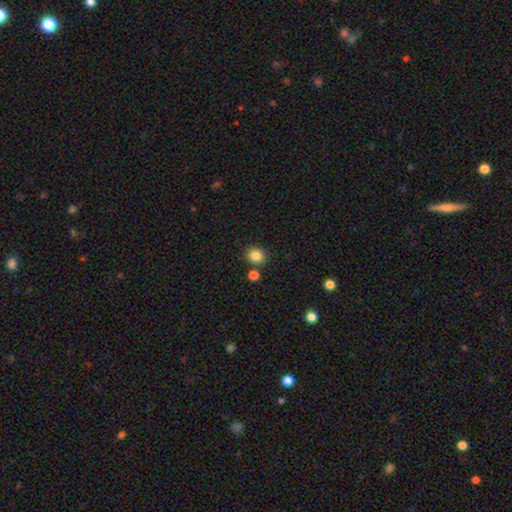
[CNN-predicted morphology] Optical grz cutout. It shows a smooth galaxy with no disk features (85%) that is round (70%). Merging: none (81%).